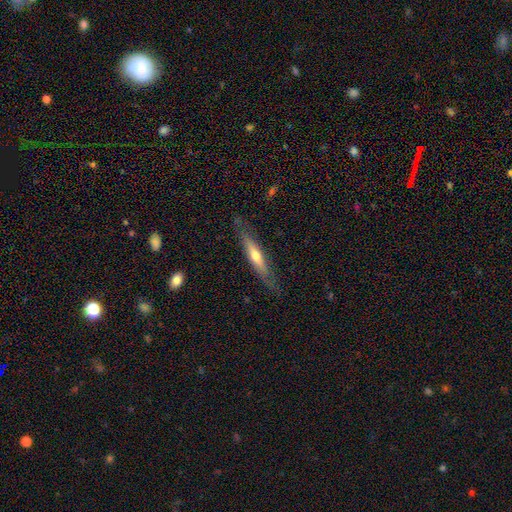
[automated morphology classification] Smooth or featured: featured or disk — 54% (smooth — 40%)
Edge-on disk: yes — 88% (no — 12%)
Merging: none — 80% (minor disturbance — 15%)